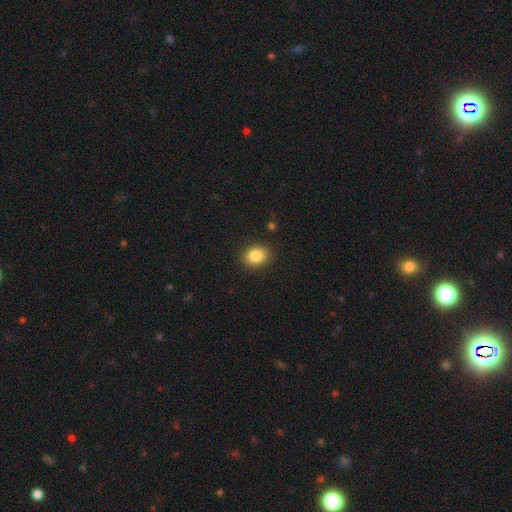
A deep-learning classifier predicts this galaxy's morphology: smooth 85%, star or artifact 9%, featured or disk 6%. Down the decision tree: how rounded — in between (58%); merging — none (89%).